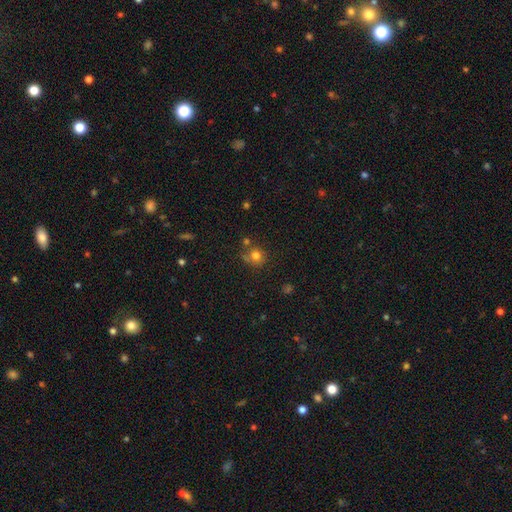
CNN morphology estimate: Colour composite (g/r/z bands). It shows a smooth galaxy with no disk features (78%) that is round (86%). Merging: none (61%).